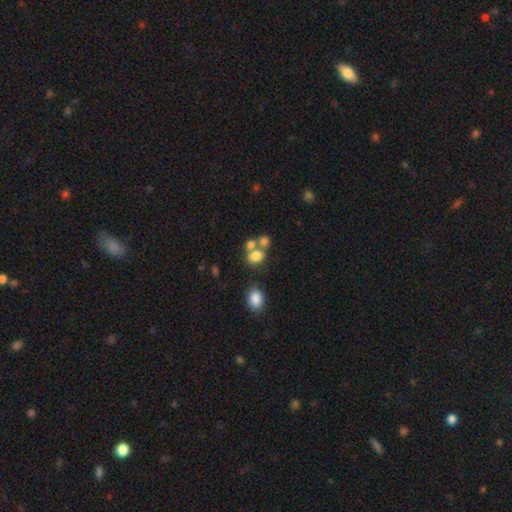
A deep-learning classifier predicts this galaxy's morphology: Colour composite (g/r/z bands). It shows a smooth galaxy with no disk features (74%) that is in between round and cigar-shaped (52%). Merging: merger (46%).